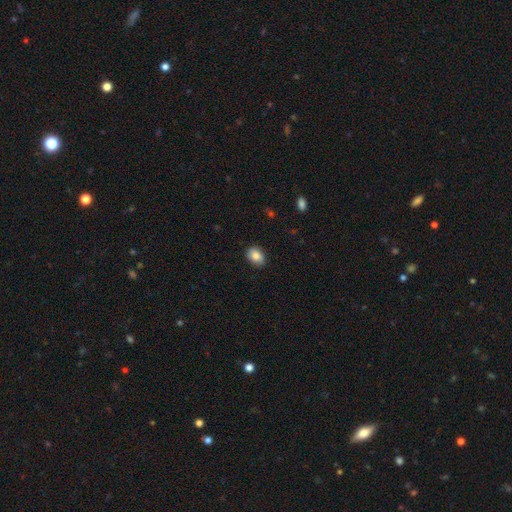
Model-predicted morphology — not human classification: The model was most divided on "how rounded": in between: 69%, round: 29%, cigar-shaped: 1%. More confident: smooth or featured — smooth (85%); merging — none (82%).